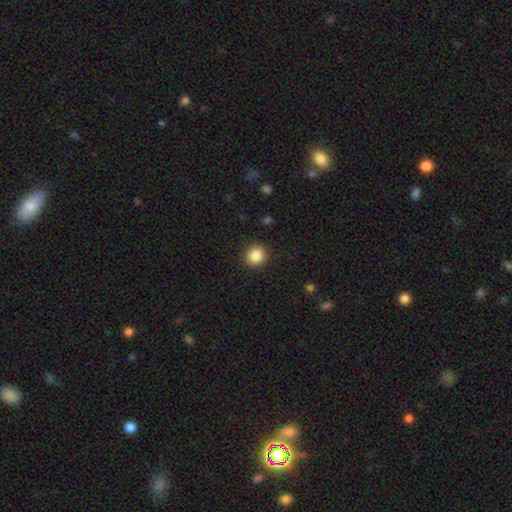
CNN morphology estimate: A smooth galaxy with no disk features (86%) that is round (88%).

Vote fractions:
- Smooth or featured? smooth: 86% / star or artifact: 10% / featured or disk: 4%
- How rounded? round: 88% / in between: 11% / cigar-shaped: 1%
- Merging? none: 90% / minor disturbance: 7% / major disturbance: 2% / merger: 1%